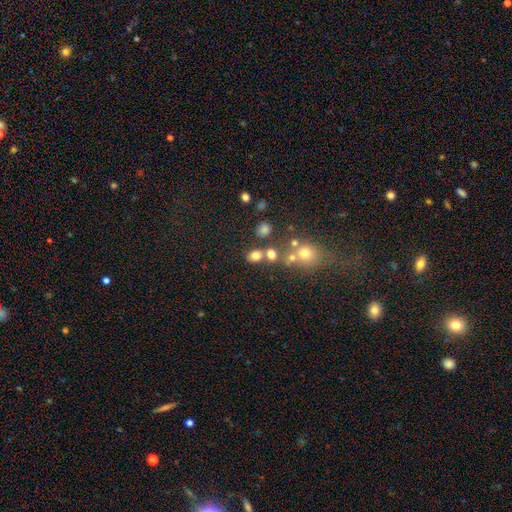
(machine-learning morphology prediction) Smooth or featured? Predicted: smooth (p=0.74). How rounded? Predicted: round (p=0.51). Merging? Predicted: none (p=0.62).